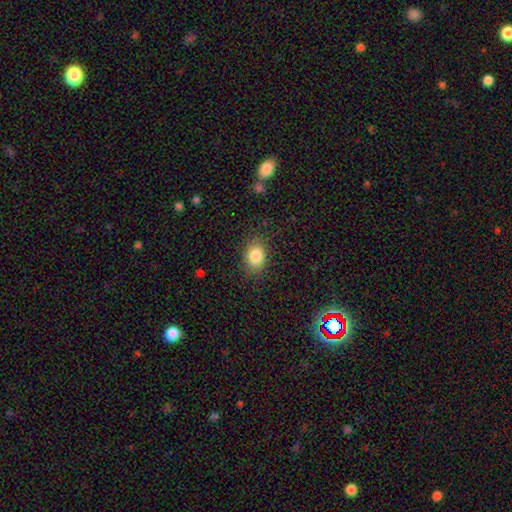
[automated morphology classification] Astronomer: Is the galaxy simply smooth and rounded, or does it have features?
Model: smooth — 85%.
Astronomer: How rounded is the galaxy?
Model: in between — 73%.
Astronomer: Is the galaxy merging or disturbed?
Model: none — 83%.